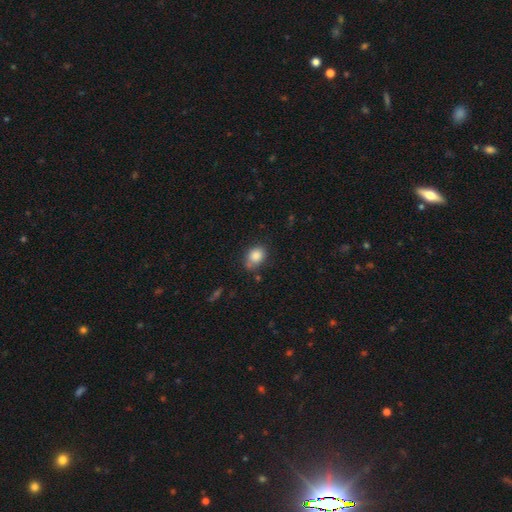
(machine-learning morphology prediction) Overall: smooth (85%). How rounded: in between (60%; round 39%). Merging: none (63%; minor disturbance 25%).